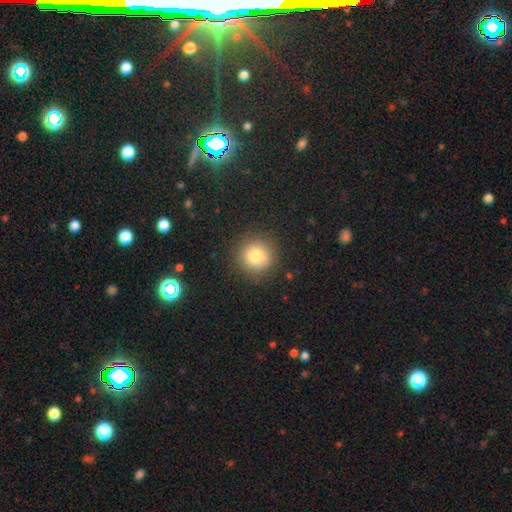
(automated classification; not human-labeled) Morphology: type=smooth (80%); roundness=round (94%); merging=none (90%).